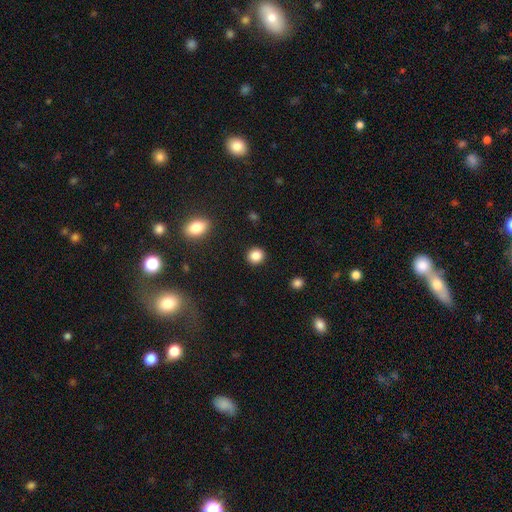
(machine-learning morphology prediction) A smooth galaxy with no disk features (86%) that is round (89%).

Vote fractions:
- Smooth or featured? smooth: 86% / star or artifact: 10% / featured or disk: 4%
- How rounded? round: 89% / in between: 10% / cigar-shaped: 1%
- Merging? none: 91% / minor disturbance: 6% / major disturbance: 2% / merger: 1%